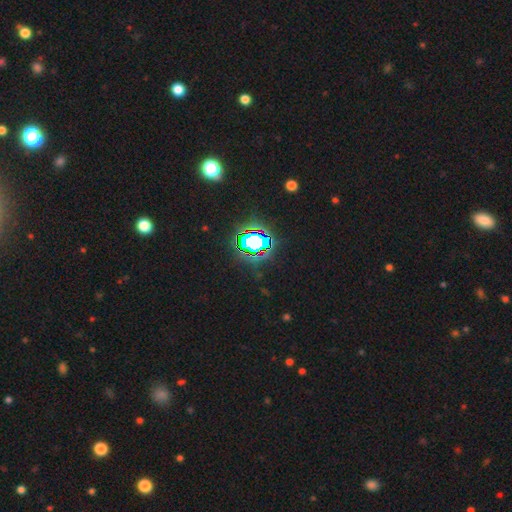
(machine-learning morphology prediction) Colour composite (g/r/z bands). It shows a star or artifact, not a galaxy (81%).